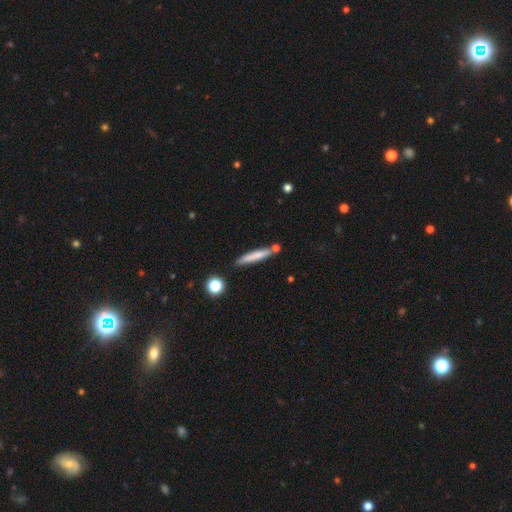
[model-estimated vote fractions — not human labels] Smooth or featured? smooth (70%)
How rounded? cigar-shaped (93%)
Merging? none (75%)